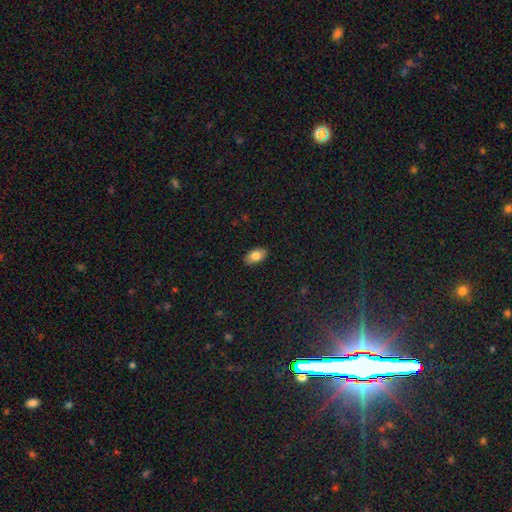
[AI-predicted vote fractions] The model was most divided on "smooth or featured": smooth: 80%, featured or disk: 12%, star or artifact: 7%. More confident: how rounded — in between (92%); merging — none (87%).